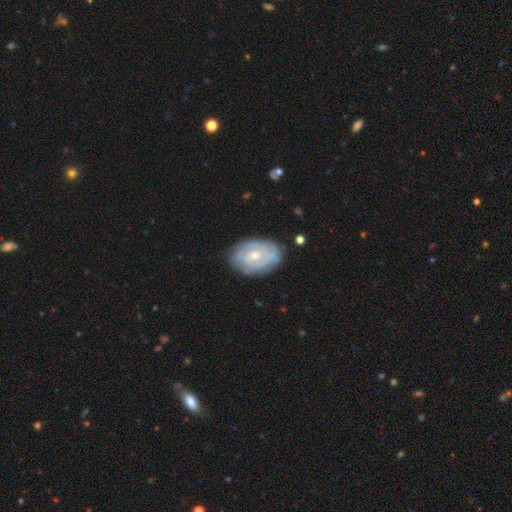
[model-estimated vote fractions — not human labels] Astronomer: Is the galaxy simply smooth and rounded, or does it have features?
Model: featured or disk — 68%.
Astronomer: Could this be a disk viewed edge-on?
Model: no — 96%.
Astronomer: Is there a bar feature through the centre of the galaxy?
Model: no — 69%.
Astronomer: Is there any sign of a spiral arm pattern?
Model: yes — 77%.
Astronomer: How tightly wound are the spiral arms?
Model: tight — 69%.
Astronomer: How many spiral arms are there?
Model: can't tell — 54%.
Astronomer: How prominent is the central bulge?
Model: small — 58% (runner-up: moderate, 38%).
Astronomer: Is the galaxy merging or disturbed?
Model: none — 77%.